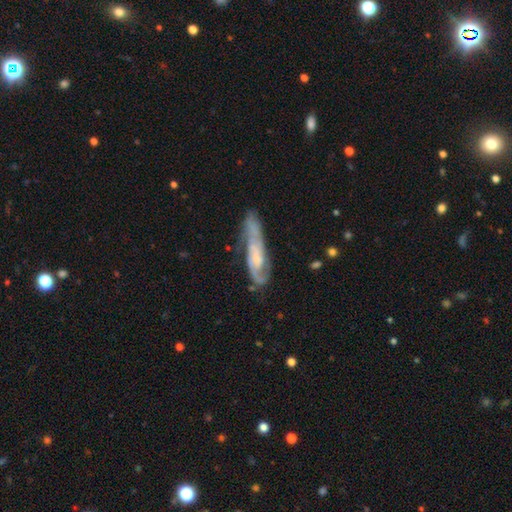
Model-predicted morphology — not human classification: A featured or disk galaxy (78%) with no bar (56%), 2 (68%) medium (44%) spiral arms (92%) and a small central bulge (54%).

Vote fractions:
- Smooth or featured? featured or disk: 78% / smooth: 16% / star or artifact: 6%
- Edge-on disk? no: 82% / yes: 18%
- Bar? no: 56% / weak: 34% / strong: 10%
- Spiral arms? yes: 92% / no: 8%
- Spiral winding? medium: 44% / tight: 41% / loose: 15%
- Spiral arm count? 2: 68% / can't tell: 17% / 1: 7% / 3: 5% / 4: 2% / more than 4: 1%
- Bulge size? small: 54% / moderate: 27% / none: 14% / large: 3% / dominant: 1%
- Merging? none: 54% / minor disturbance: 25% / major disturbance: 15% / merger: 6%